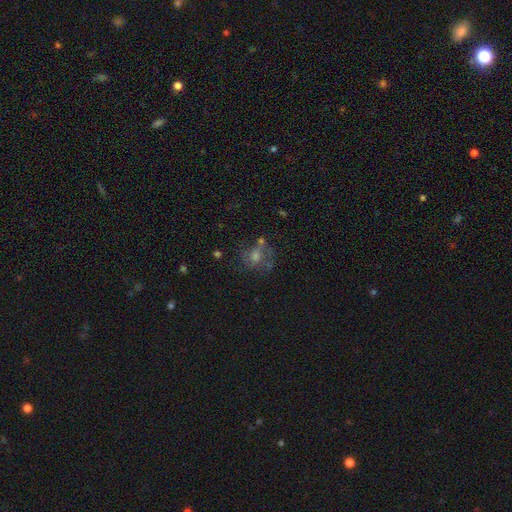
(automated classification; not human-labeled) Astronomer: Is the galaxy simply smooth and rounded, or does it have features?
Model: featured or disk — 39% (runner-up: smooth, 35%).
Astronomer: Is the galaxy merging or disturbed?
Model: none — 54%.